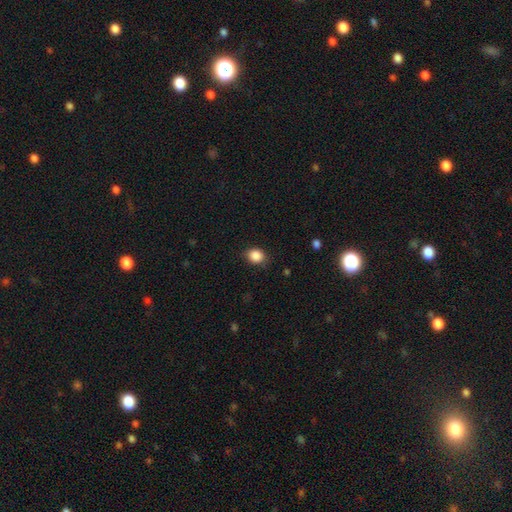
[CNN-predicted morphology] Smooth or featured? Predicted: smooth (p=0.87). How rounded? Predicted: round (p=0.60). Merging? Predicted: none (p=0.82).